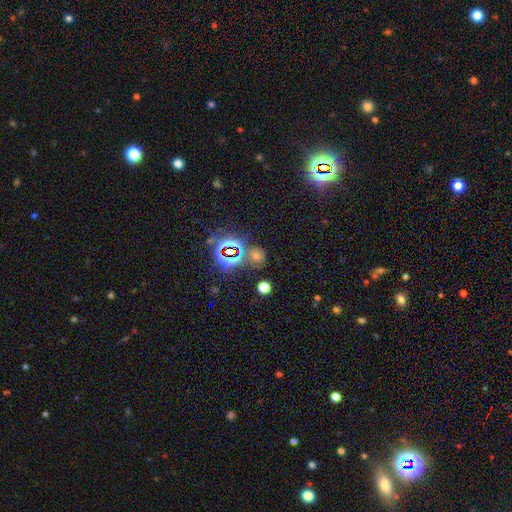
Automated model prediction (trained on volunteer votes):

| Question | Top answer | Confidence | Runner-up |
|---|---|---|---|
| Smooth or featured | star or artifact | 62% | smooth (28%) |